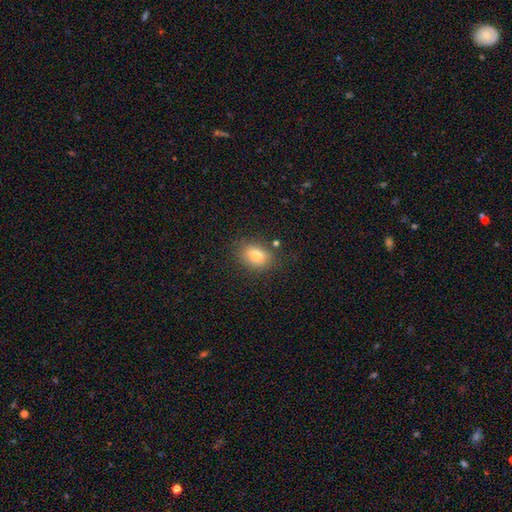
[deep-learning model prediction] Morphology: type=smooth (77%); roundness=in between (71%); merging=none (80%).